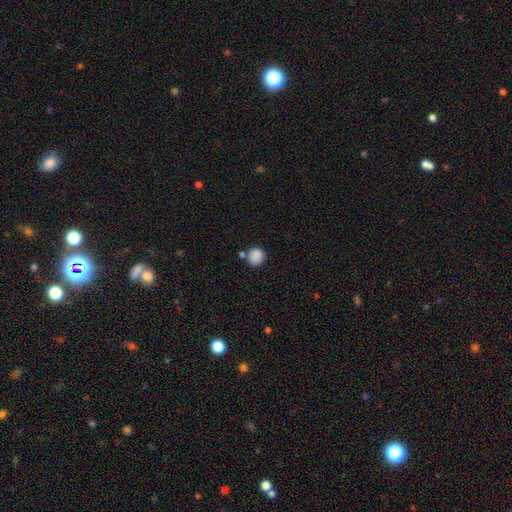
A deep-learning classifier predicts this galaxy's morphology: smooth_or_featured: smooth (p=0.87) [alt: star or artifact p=0.09]
how_rounded: round (p=0.87) [alt: in between p=0.12]
merging: none (p=0.69) [alt: merger p=0.15]